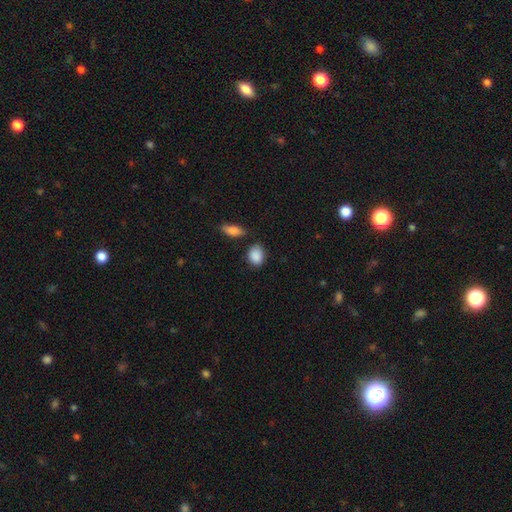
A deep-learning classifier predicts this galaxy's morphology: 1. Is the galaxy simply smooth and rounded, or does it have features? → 89% smooth, 7% star or artifact, 4% featured or disk.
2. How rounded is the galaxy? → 63% in between, 35% round, 2% cigar-shaped.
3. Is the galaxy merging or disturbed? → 72% none, 18% minor disturbance, 6% merger, 4% major disturbance.